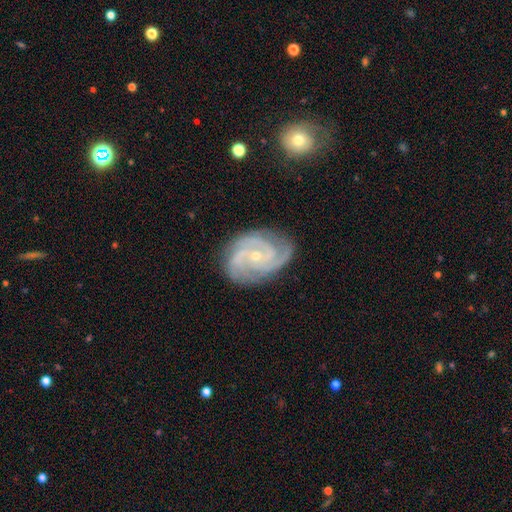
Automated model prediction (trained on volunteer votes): Smooth or featured?
  - featured or disk: 91% *
  - star or artifact: 5%
  - smooth: 4%
Edge-on disk?
  - no: 98% *
  - yes: 2%
Bar?
  - no: 66% *
  - weak: 26%
  - strong: 8%
Spiral arms?
  - yes: 98% *
  - no: 2%
Spiral winding?
  - tight: 57% *
  - medium: 38%
  - loose: 5%
Spiral arm count?
  - 3: 53% *
  - 2: 16%
  - 4: 15%
  - can't tell: 8%
  - more than 4: 5%
  - 1: 4%
Bulge size?
  - small: 74% *
  - moderate: 23%
  - none: 1%
  - large: 1%
  - dominant: 1%
Merging?
  - none: 78% *
  - minor disturbance: 16%
  - major disturbance: 4%
  - merger: 1%